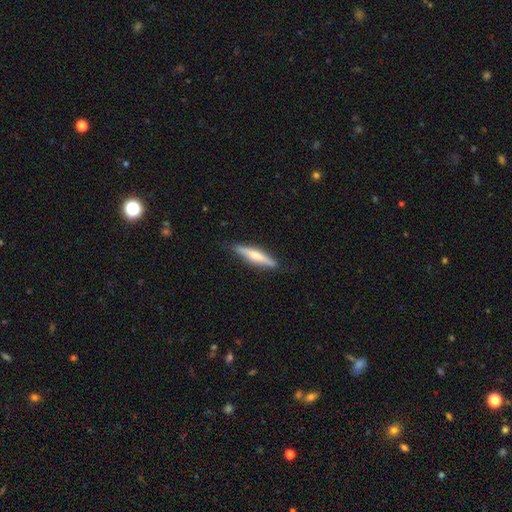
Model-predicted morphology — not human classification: smooth_or_featured: smooth (p=0.51) [alt: featured or disk p=0.44]
how_rounded: cigar-shaped (p=0.88) [alt: in between p=0.11]
merging: none (p=0.85) [alt: minor disturbance p=0.12]